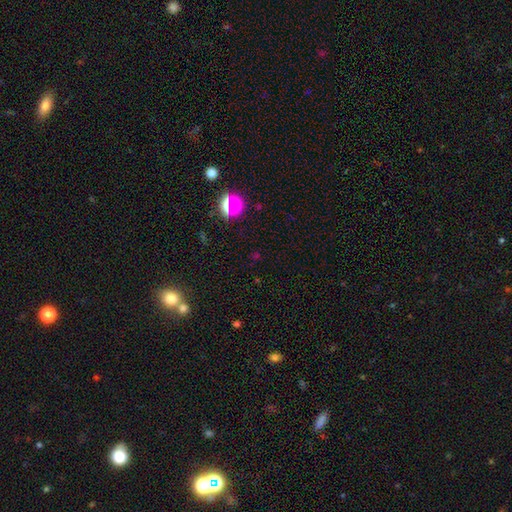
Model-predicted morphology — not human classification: star or artifact 65%, smooth 28%, featured or disk 7%.